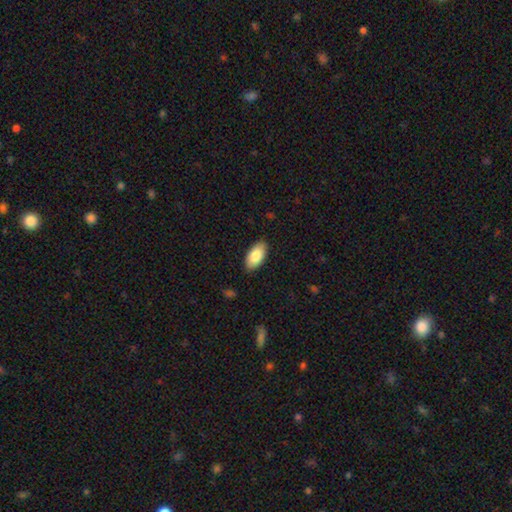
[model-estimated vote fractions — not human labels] Smooth or featured? Predicted: smooth (p=0.85). How rounded? Predicted: in between (p=0.94). Merging? Predicted: none (p=0.88).